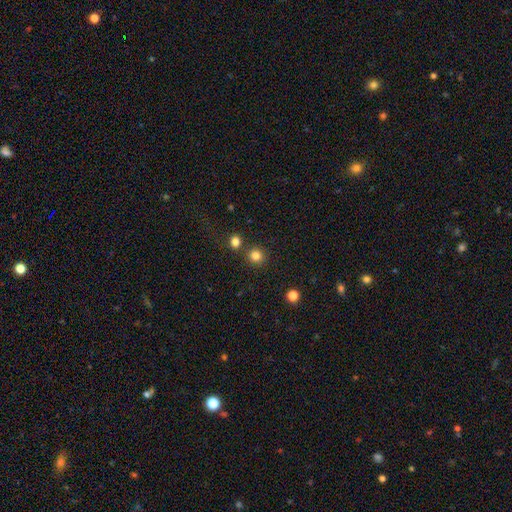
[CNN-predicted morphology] Smooth or featured?
  - smooth: 82% *
  - star or artifact: 13%
  - featured or disk: 5%
How rounded?
  - round: 90% *
  - in between: 9%
  - cigar-shaped: 1%
Merging?
  - none: 81% *
  - merger: 10%
  - minor disturbance: 6%
  - major disturbance: 2%